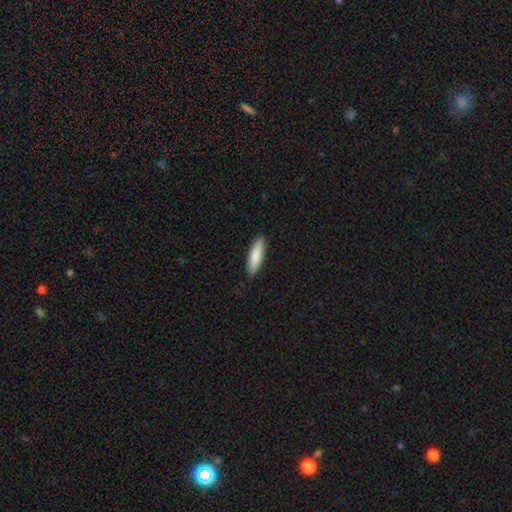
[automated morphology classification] Smooth or featured? Predicted: smooth (p=0.86). How rounded? Predicted: cigar-shaped (p=0.61). Merging? Predicted: none (p=0.89).